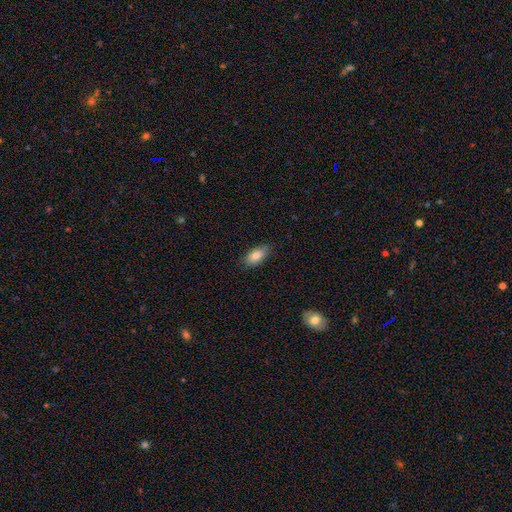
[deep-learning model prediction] The model was most divided on "merging": none: 83%, minor disturbance: 14%, major disturbance: 2%, merger: 1%. More confident: how rounded — in between (90%); smooth or featured — smooth (83%).